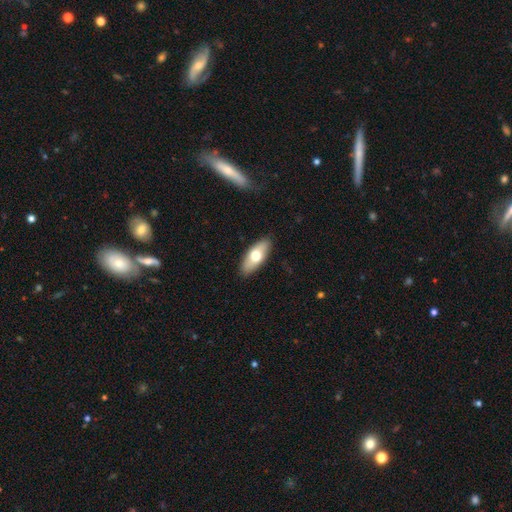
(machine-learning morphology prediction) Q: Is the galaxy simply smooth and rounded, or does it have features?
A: smooth — 67%.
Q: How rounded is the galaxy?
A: in between — 82%.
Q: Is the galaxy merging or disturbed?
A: none — 88%.